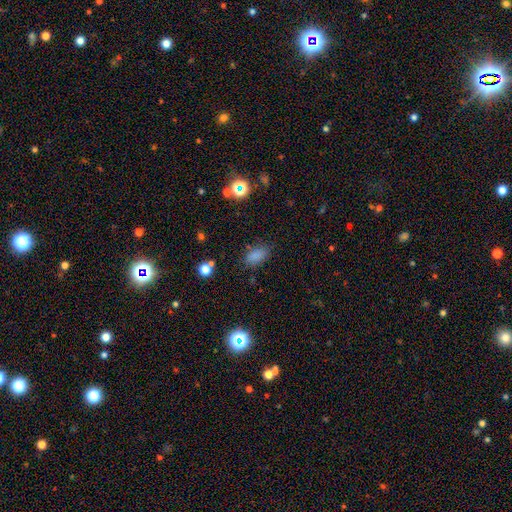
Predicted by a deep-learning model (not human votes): The model was most divided on "merging": none: 74%, minor disturbance: 18%, major disturbance: 5%, merger: 3%. More confident: how rounded — in between (90%); smooth or featured — smooth (80%).